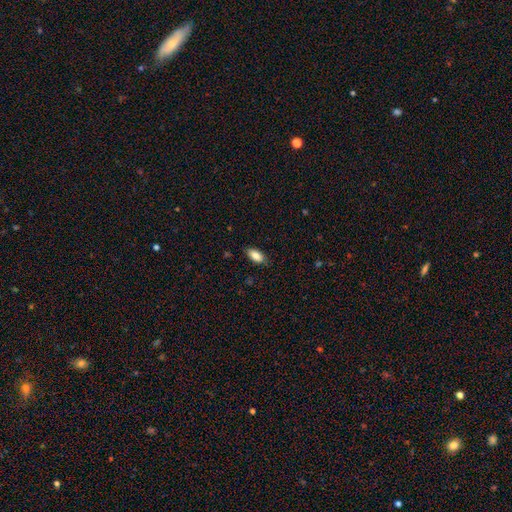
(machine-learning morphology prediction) smooth 84%, featured or disk 9%, star or artifact 7%. Down the decision tree: how rounded — in between (90%); merging — none (84%).